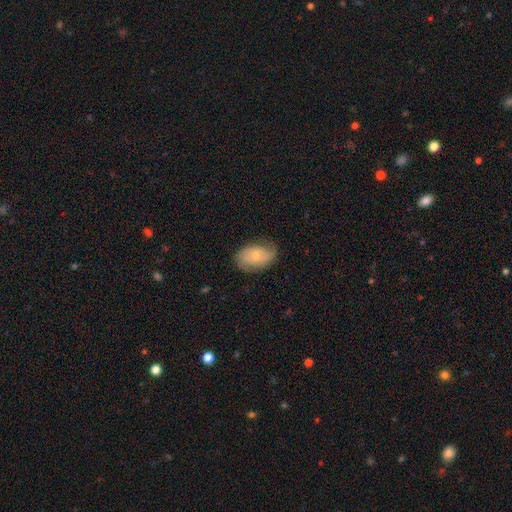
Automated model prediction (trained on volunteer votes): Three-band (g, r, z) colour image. It shows a featured or disk galaxy (49%). Merging: none (67%).